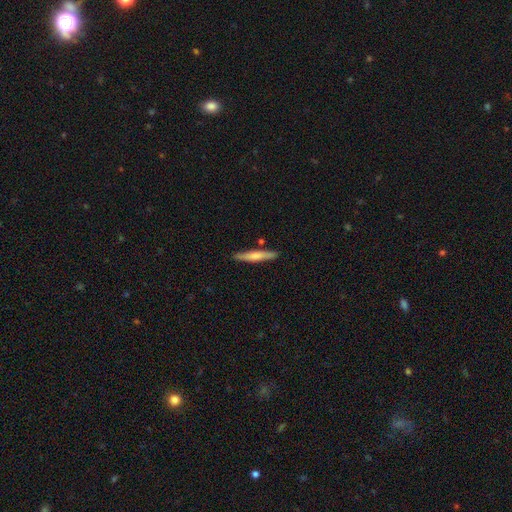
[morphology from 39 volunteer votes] smooth 56%, featured or disk 38%, star or artifact 5%. Down the decision tree: how rounded — cigar-shaped (91%); merging — none (97%).